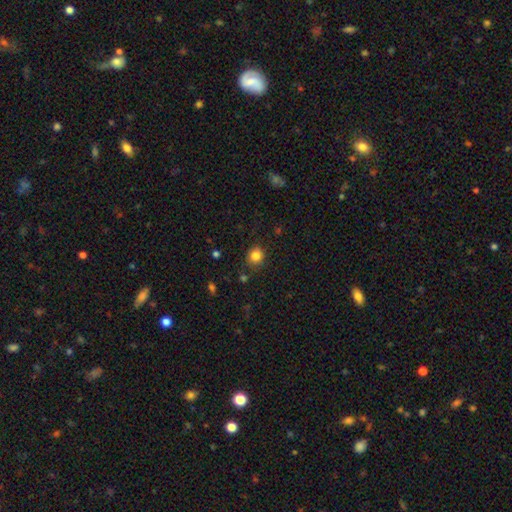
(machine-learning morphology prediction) A smooth galaxy with no disk features (84%) that is round (83%).

Vote fractions:
- Smooth or featured? smooth: 84% / star or artifact: 11% / featured or disk: 5%
- How rounded? round: 83% / in between: 16% / cigar-shaped: 1%
- Merging? none: 84% / minor disturbance: 10% / major disturbance: 3% / merger: 3%